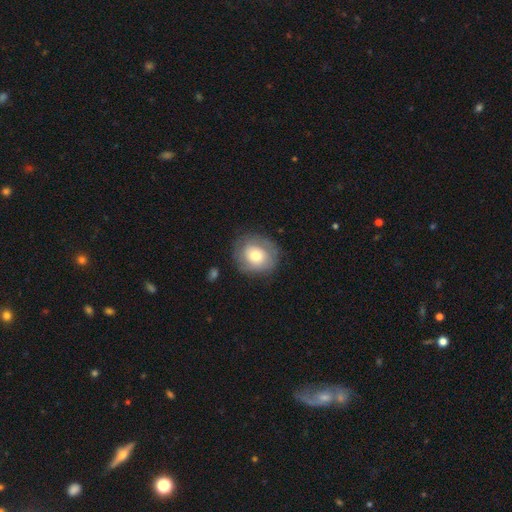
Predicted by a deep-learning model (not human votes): Q: Smooth or featured?
A: smooth (56%); runner-up: featured or disk (36%)
Q: How rounded?
A: round (78%); runner-up: in between (21%)
Q: Merging?
A: none (77%); runner-up: minor disturbance (15%)